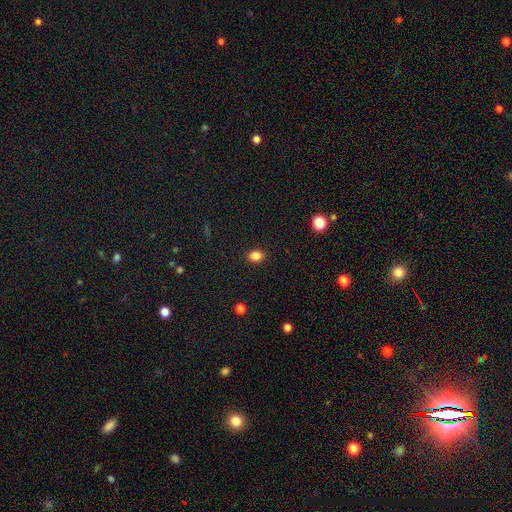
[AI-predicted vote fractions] Q: Smooth or featured?
A: smooth (84%); runner-up: star or artifact (11%)
Q: How rounded?
A: in between (55%); runner-up: round (44%)
Q: Merging?
A: none (89%); runner-up: minor disturbance (8%)